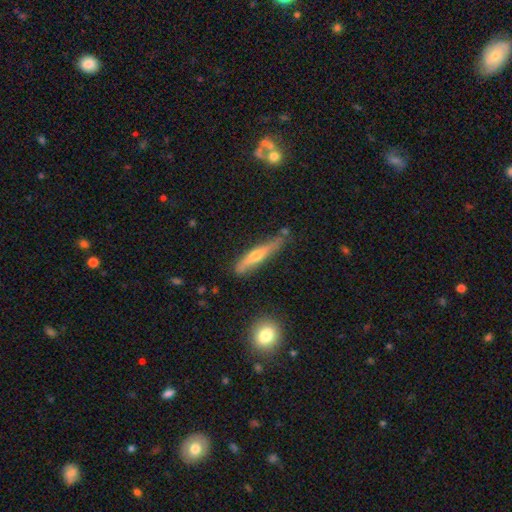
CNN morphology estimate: A featured or disk galaxy (55%) viewed edge-on (91%).

Vote fractions:
- Smooth or featured? featured or disk: 55% / smooth: 39% / star or artifact: 6%
- Edge-on disk? yes: 91% / no: 9%
- Merging? none: 73% / minor disturbance: 19% / merger: 4% / major disturbance: 4%